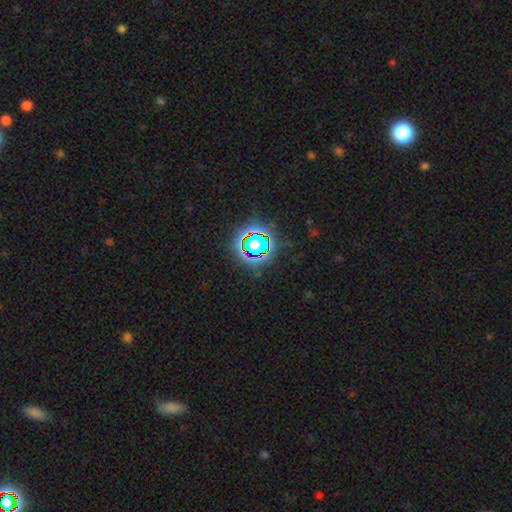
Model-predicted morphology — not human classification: Q: Smooth or featured?
A: star or artifact (78%); runner-up: smooth (14%)